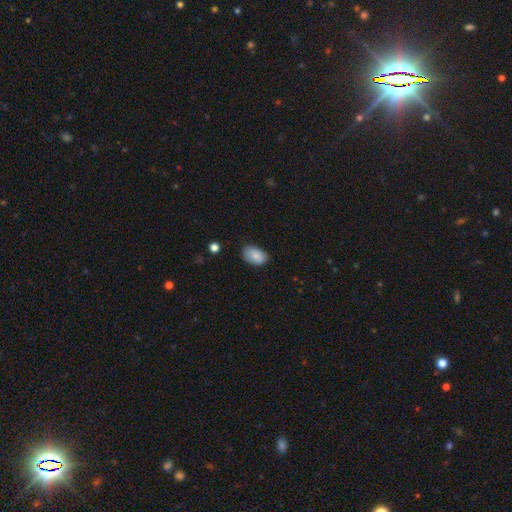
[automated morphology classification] Q: Smooth or featured?
A: smooth (86%); runner-up: star or artifact (7%)
Q: How rounded?
A: in between (91%); runner-up: round (8%)
Q: Merging?
A: none (75%); runner-up: minor disturbance (20%)